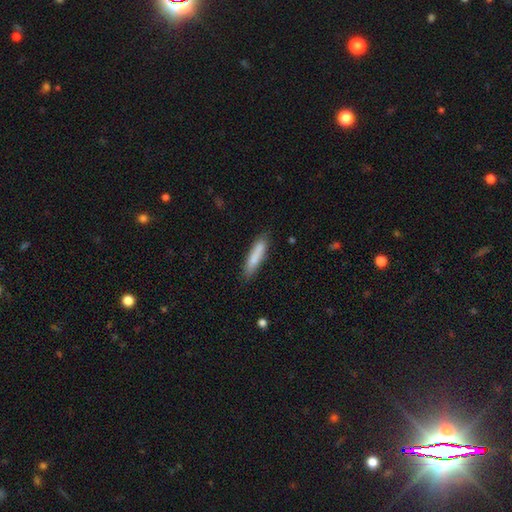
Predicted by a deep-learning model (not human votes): Morphology: type=smooth (82%); roundness=cigar-shaped (84%); merging=none (82%).